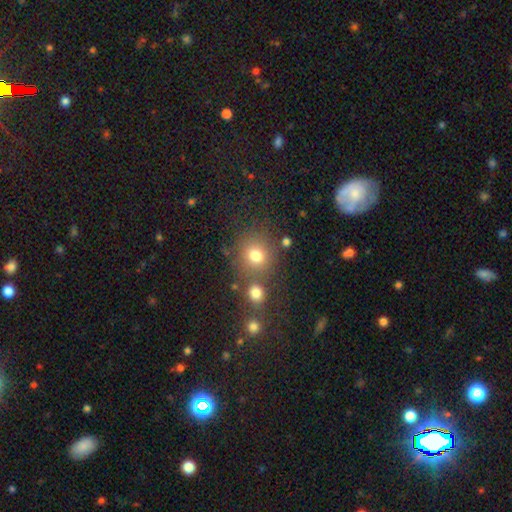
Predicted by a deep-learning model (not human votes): smooth 76%, star or artifact 16%, featured or disk 8%. Down the decision tree: how rounded — round (84%); merging — none (68%).